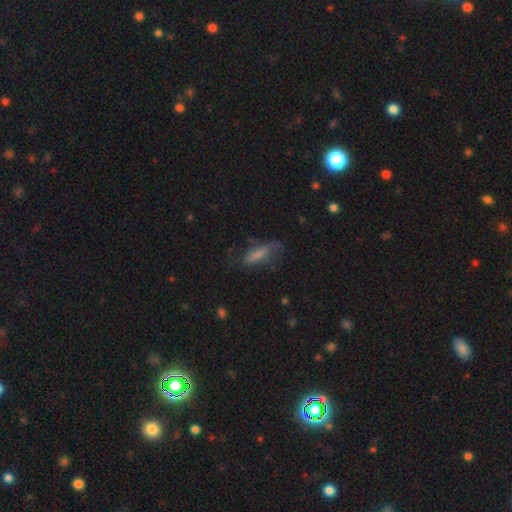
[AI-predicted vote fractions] A smooth galaxy with no disk features (59%) that is in between round and cigar-shaped (51%).

Vote fractions:
- Smooth or featured? smooth: 59% / featured or disk: 29% / star or artifact: 11%
- How rounded? in between: 51% / cigar-shaped: 46% / round: 3%
- Merging? none: 54% / minor disturbance: 27% / major disturbance: 17% / merger: 2%